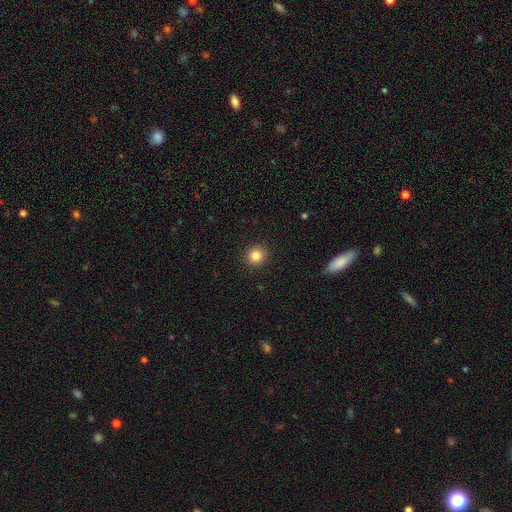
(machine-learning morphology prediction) smooth_or_featured: smooth (p=0.84) [alt: star or artifact p=0.11]
how_rounded: round (p=0.90) [alt: in between p=0.09]
merging: none (p=0.92) [alt: minor disturbance p=0.05]